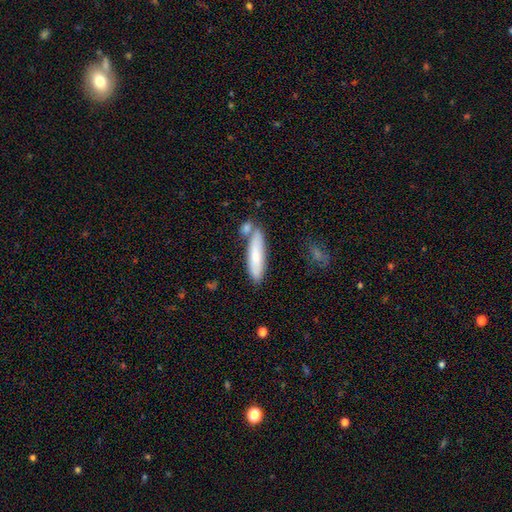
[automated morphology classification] The model was most divided on "smooth or featured": smooth: 72%, featured or disk: 22%, star or artifact: 6%. More confident: how rounded — cigar-shaped (76%); merging — none (69%).